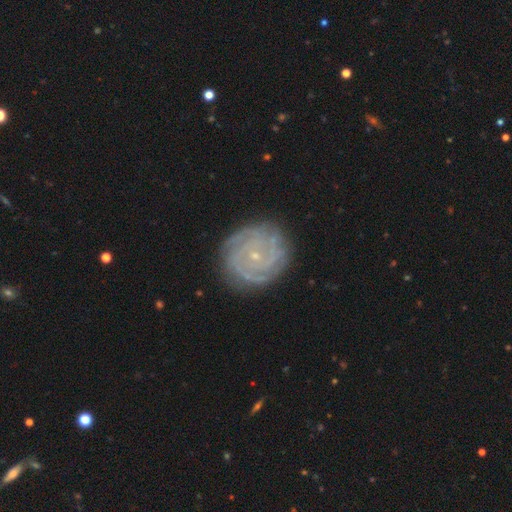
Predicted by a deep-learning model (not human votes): This appears to be a featured or disk galaxy (83%) with no bar (79%), tight (83%) spiral arms (97%) and a small central bulge (86%). Merging: none (85%).